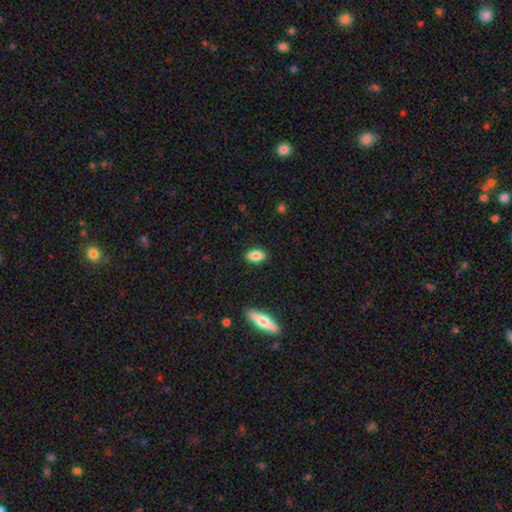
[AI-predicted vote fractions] This appears to be a smooth galaxy with no disk features (84%) that is in between round and cigar-shaped (88%). Merging: none (88%).